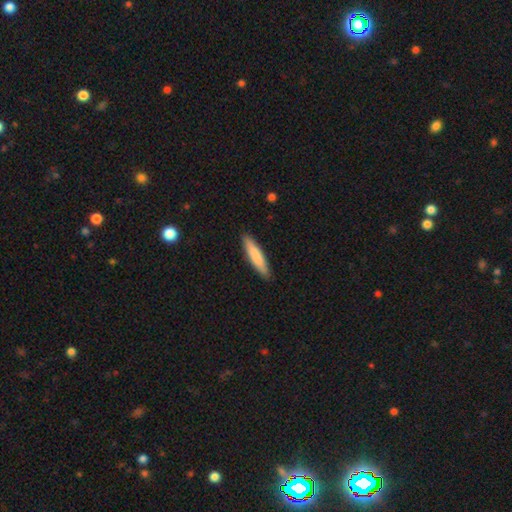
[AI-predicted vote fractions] Smooth or featured?
  - smooth: 81% *
  - featured or disk: 14%
  - star or artifact: 5%
How rounded?
  - cigar-shaped: 86% *
  - in between: 13%
  - round: 1%
Merging?
  - none: 90% *
  - minor disturbance: 7%
  - major disturbance: 1%
  - merger: 1%